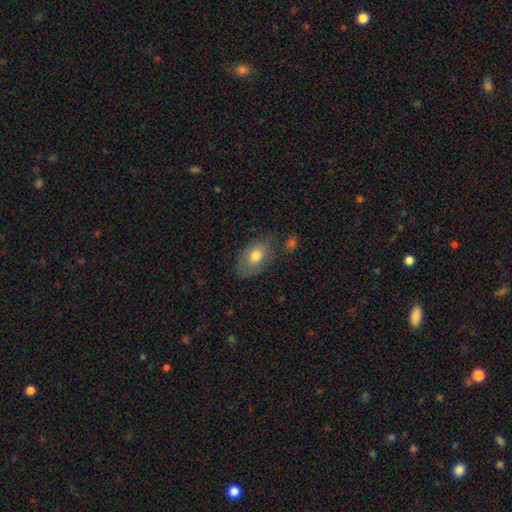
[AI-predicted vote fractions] The model was most divided on "merging": none: 66%, minor disturbance: 22%, major disturbance: 7%, merger: 5%. More confident: how rounded — in between (87%); smooth or featured — smooth (72%).